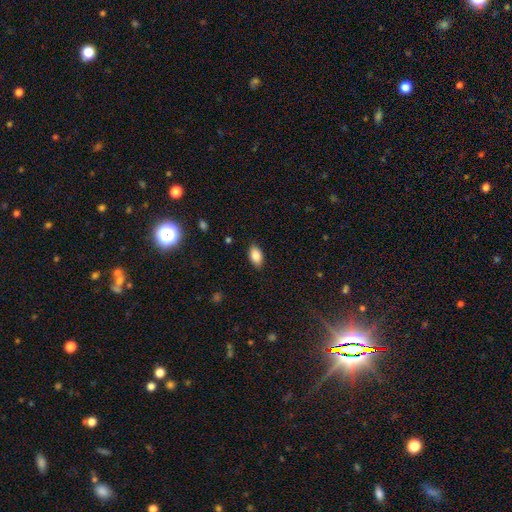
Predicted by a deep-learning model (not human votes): smooth_or_featured: smooth (p=0.85) [alt: star or artifact p=0.08]
how_rounded: in between (p=0.92) [alt: round p=0.06]
merging: none (p=0.87) [alt: minor disturbance p=0.10]